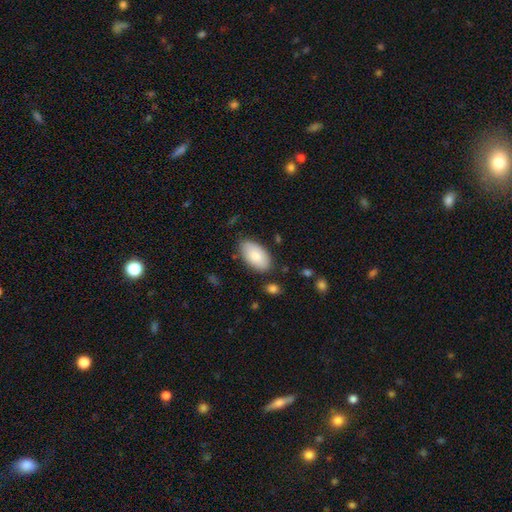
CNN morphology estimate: The model was most divided on "merging": none: 80%, minor disturbance: 15%, major disturbance: 3%, merger: 2%. More confident: how rounded — in between (95%); smooth or featured — smooth (82%).